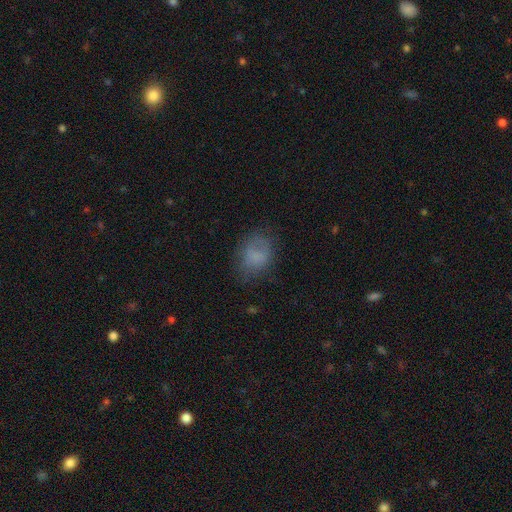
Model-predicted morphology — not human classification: smooth_or_featured: smooth (p=0.71) [alt: featured or disk p=0.17]
how_rounded: in between (p=0.61) [alt: round p=0.38]
merging: none (p=0.57) [alt: minor disturbance p=0.25]